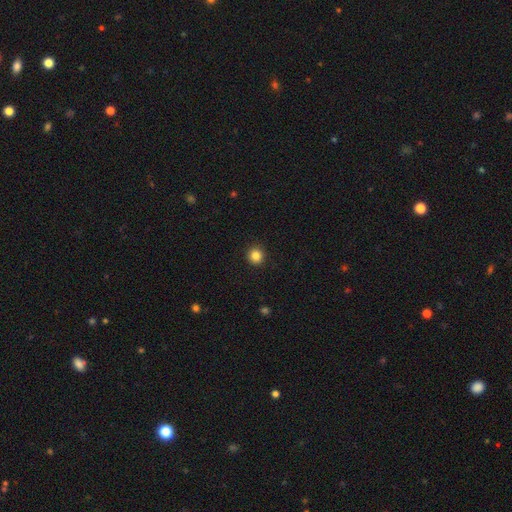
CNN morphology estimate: The model was most divided on "smooth or featured": smooth: 85%, star or artifact: 11%, featured or disk: 4%. More confident: how rounded — round (94%); merging — none (93%).